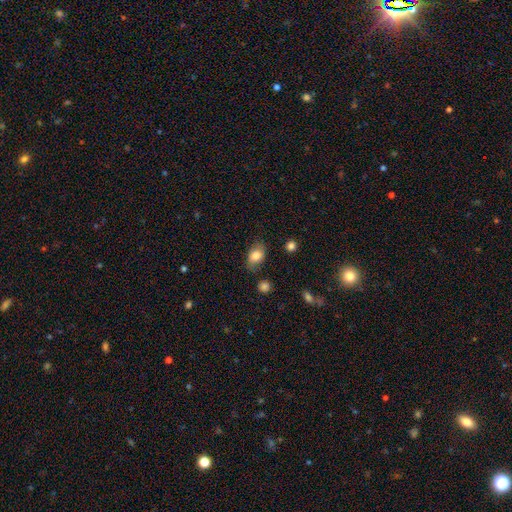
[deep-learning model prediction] A smooth galaxy with no disk features (81%) that is in between round and cigar-shaped (82%). Merging: none (74%).